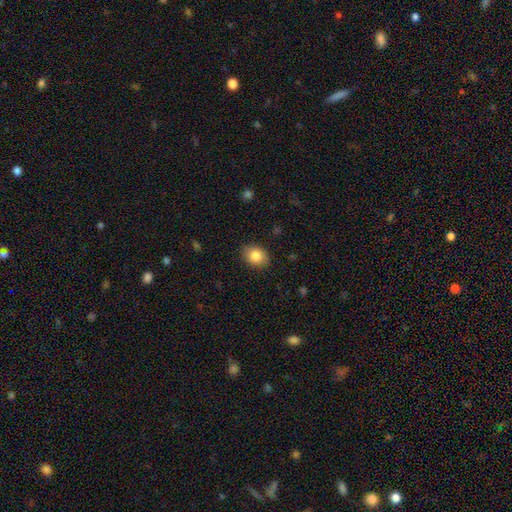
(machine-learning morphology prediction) smooth_or_featured: smooth (p=0.85) [alt: star or artifact p=0.08]
how_rounded: in between (p=0.63) [alt: round p=0.36]
merging: none (p=0.85) [alt: minor disturbance p=0.11]